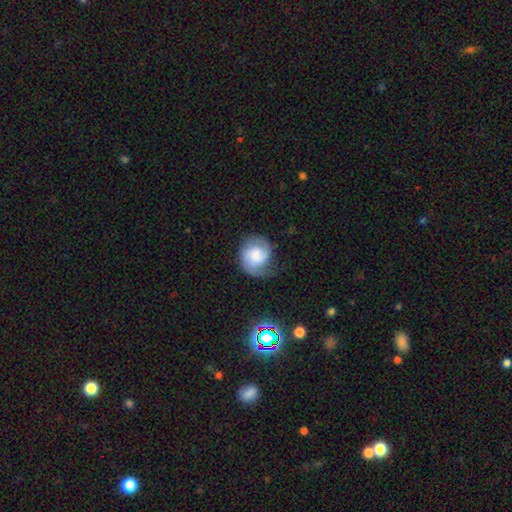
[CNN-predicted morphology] The model was most divided on "bulge size": moderate: 30%, small: 28%, large: 22%, none: 14%, dominant: 7%. More confident: edge-on disk — no (98%); spiral arms — yes (91%); bar — no (64%); smooth or featured — featured or disk (55%); merging — none (53%).